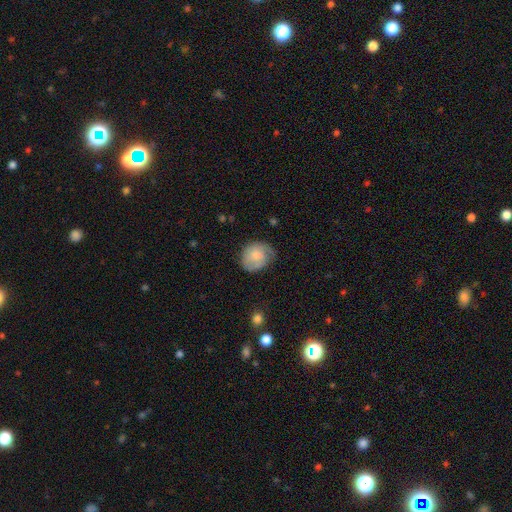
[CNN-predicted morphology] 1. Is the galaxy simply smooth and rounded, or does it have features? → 58% smooth, 35% featured or disk, 7% star or artifact.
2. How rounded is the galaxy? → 67% round, 32% in between, 1% cigar-shaped.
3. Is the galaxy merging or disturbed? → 57% none, 30% minor disturbance, 12% major disturbance, 2% merger.